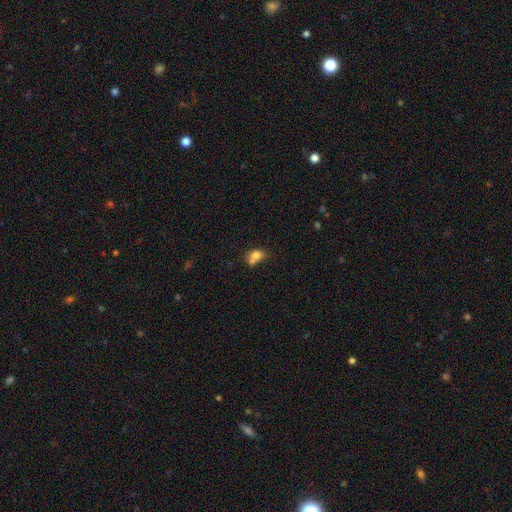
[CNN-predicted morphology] Smooth or featured?
  - smooth: 73% *
  - featured or disk: 16%
  - star or artifact: 11%
How rounded?
  - in between: 55% *
  - round: 44%
  - cigar-shaped: 2%
Merging?
  - merger: 54% *
  - none: 29%
  - minor disturbance: 11%
  - major disturbance: 5%